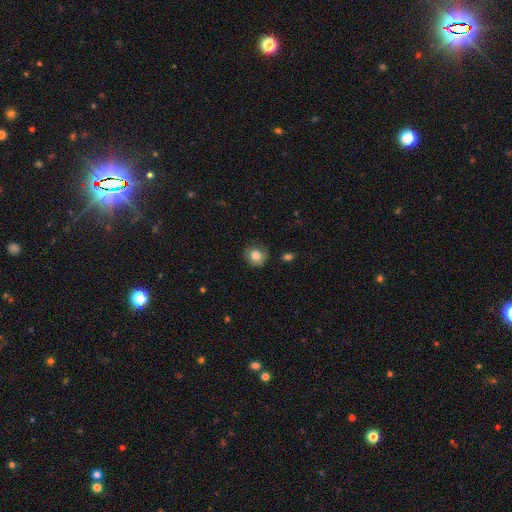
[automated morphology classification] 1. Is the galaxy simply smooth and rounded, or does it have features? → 81% smooth, 9% star or artifact, 9% featured or disk.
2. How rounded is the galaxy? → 87% round, 12% in between, 1% cigar-shaped.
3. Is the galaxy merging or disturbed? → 82% none, 13% minor disturbance, 3% major disturbance, 2% merger.